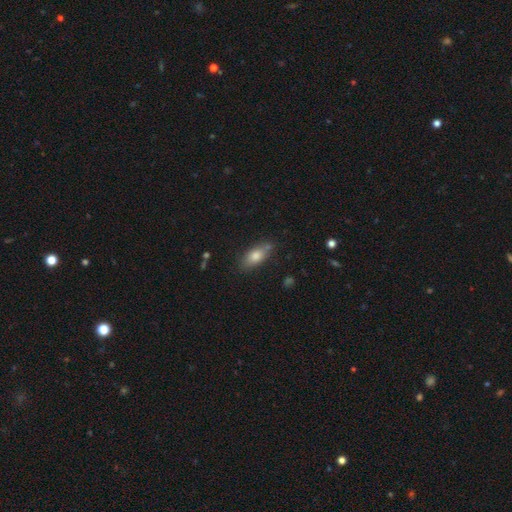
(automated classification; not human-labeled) Smooth or featured? smooth (76%)
How rounded? in between (80%)
Merging? none (72%)